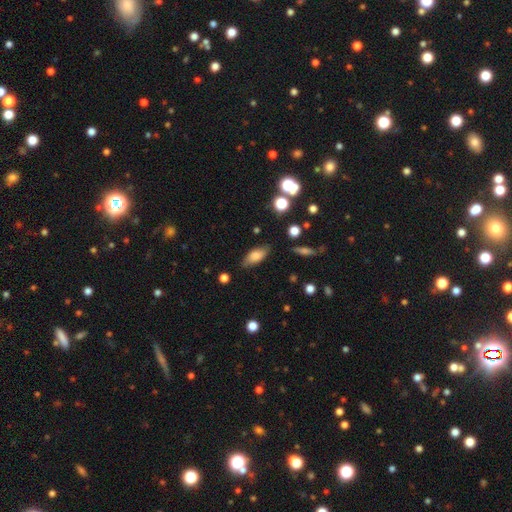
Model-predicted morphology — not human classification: Overall: smooth (75%). How rounded: in between (83%). Merging: none (78%).